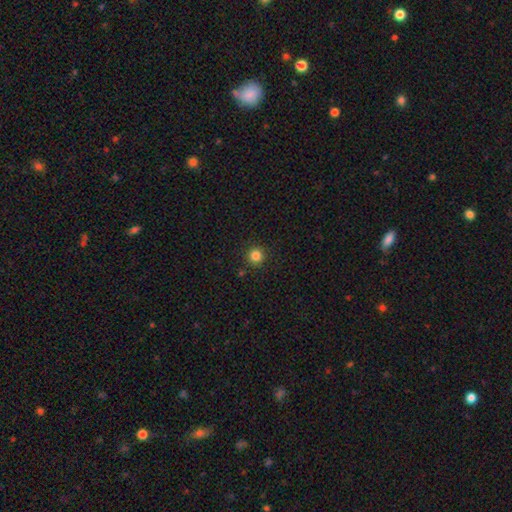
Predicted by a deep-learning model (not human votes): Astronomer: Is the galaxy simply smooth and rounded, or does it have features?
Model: smooth — 83%.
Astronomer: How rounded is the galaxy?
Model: round — 95%.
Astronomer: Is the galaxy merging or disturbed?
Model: none — 91%.